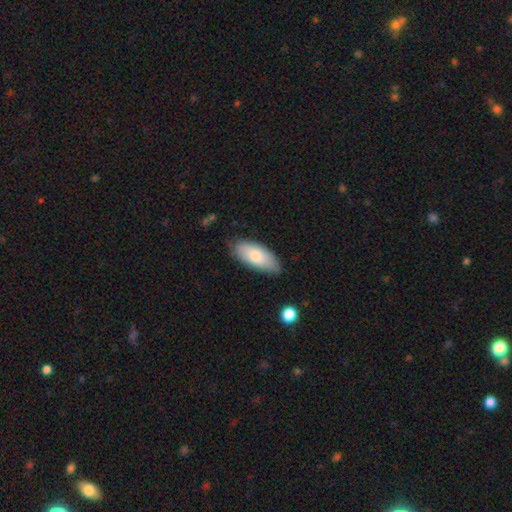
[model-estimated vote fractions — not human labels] smooth_or_featured: smooth (p=0.77) [alt: featured or disk p=0.17]
how_rounded: in between (p=0.86) [alt: cigar-shaped p=0.12]
merging: none (p=0.78) [alt: minor disturbance p=0.18]